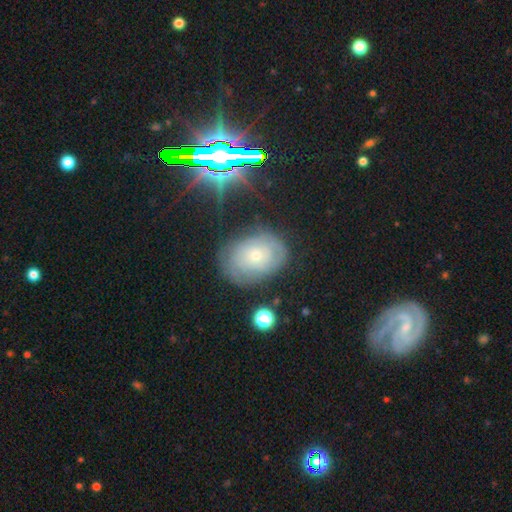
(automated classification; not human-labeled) Smooth or featured? featured or disk (45%)
Merging? none (74%)